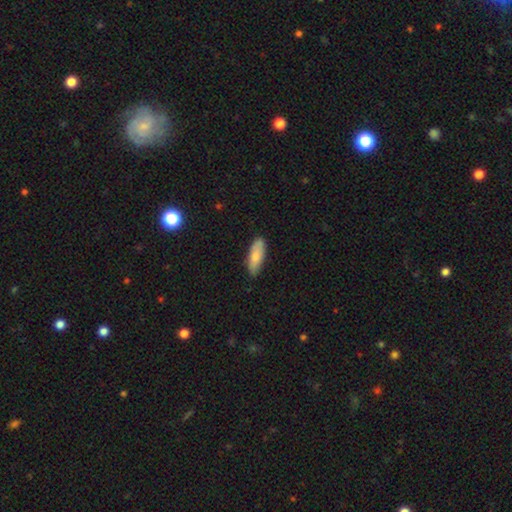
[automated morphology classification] Q: Smooth or featured?
A: smooth (81%); runner-up: featured or disk (14%)
Q: How rounded?
A: in between (66%); runner-up: cigar-shaped (32%)
Q: Merging?
A: none (84%); runner-up: minor disturbance (13%)